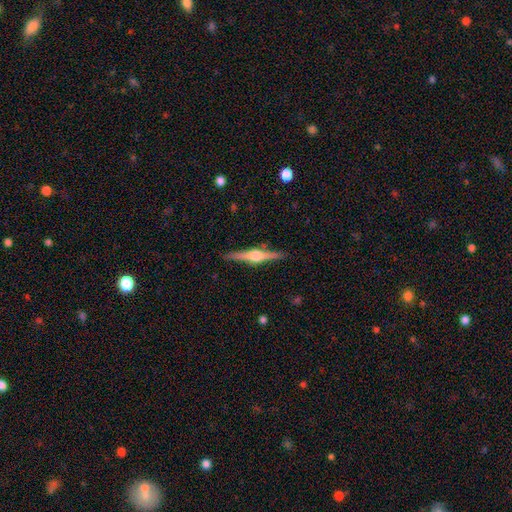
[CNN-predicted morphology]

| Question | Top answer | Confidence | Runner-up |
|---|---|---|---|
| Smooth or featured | featured or disk | 80% | smooth (14%) |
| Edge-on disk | yes | 98% | no (2%) |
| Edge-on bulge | rounded | 94% | boxy (4%) |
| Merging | none | 90% | minor disturbance (7%) |